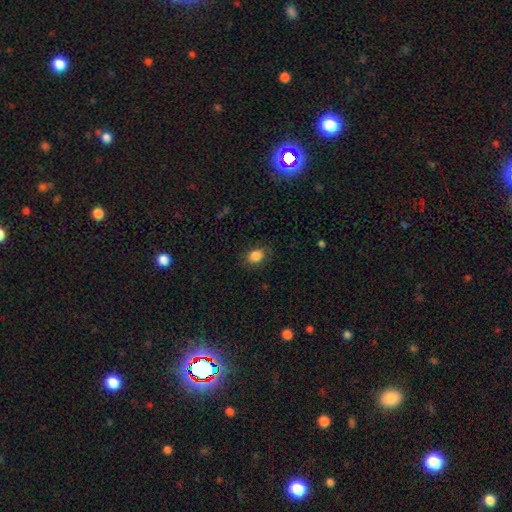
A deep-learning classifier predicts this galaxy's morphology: smooth_or_featured: smooth (p=0.86) [alt: star or artifact p=0.10]
how_rounded: in between (p=0.58) [alt: round p=0.41]
merging: none (p=0.82) [alt: minor disturbance p=0.13]